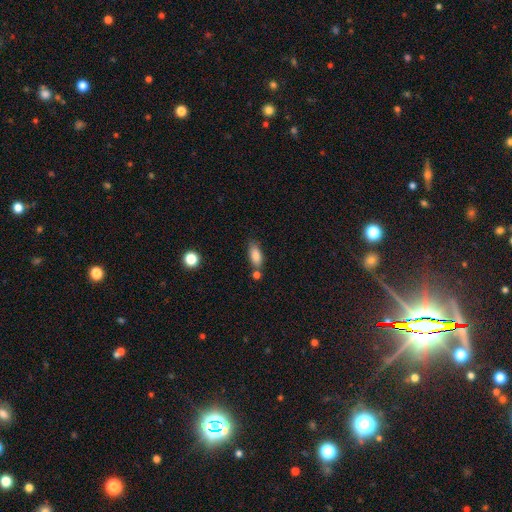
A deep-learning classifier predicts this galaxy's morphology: Overall: smooth (83%). How rounded: in between (82%). Merging: none (64%).